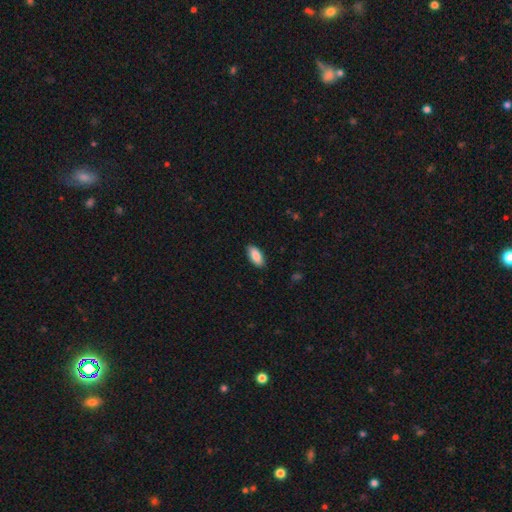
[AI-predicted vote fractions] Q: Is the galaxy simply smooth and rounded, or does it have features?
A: smooth — 88%.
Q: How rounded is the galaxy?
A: in between — 88%.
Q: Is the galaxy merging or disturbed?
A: none — 88%.